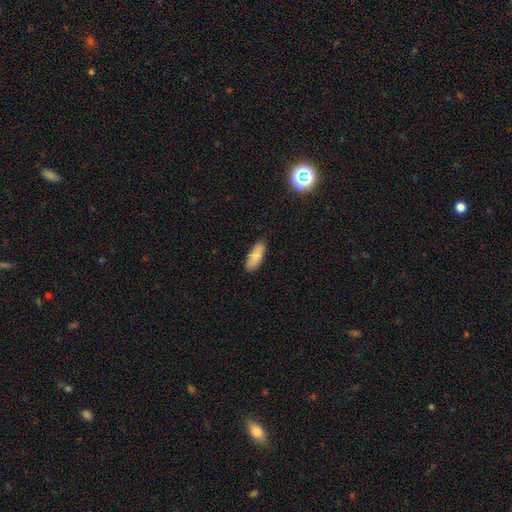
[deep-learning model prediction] Smooth or featured? Predicted: smooth (p=0.86). How rounded? Predicted: in between (p=0.72). Merging? Predicted: none (p=0.88).